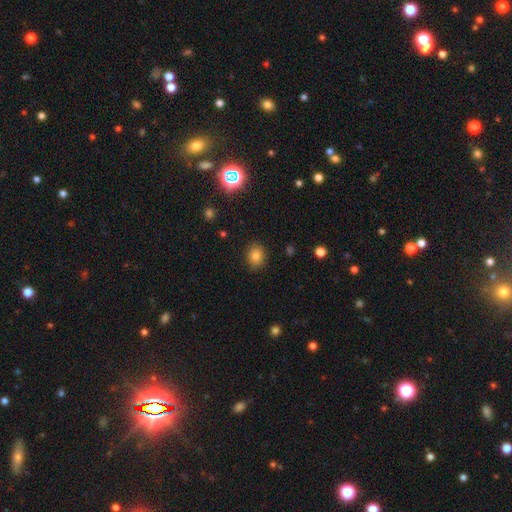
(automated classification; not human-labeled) Smooth or featured?
  - smooth: 80% *
  - star or artifact: 13%
  - featured or disk: 7%
How rounded?
  - round: 51% *
  - in between: 48%
  - cigar-shaped: 1%
Merging?
  - none: 88% *
  - minor disturbance: 8%
  - major disturbance: 2%
  - merger: 1%